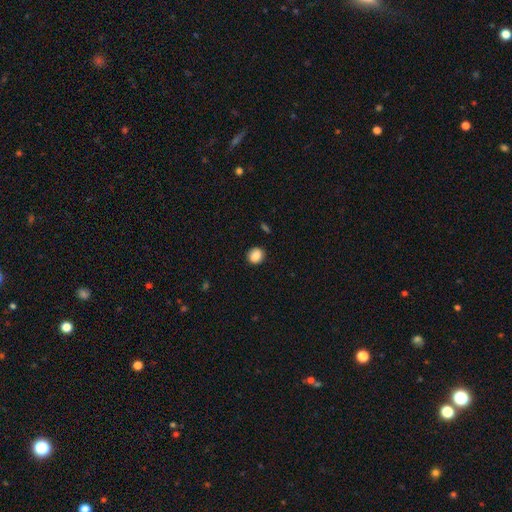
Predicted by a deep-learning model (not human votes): smooth_or_featured: smooth (p=0.86) [alt: star or artifact p=0.09]
how_rounded: round (p=0.72) [alt: in between p=0.27]
merging: none (p=0.88) [alt: minor disturbance p=0.08]